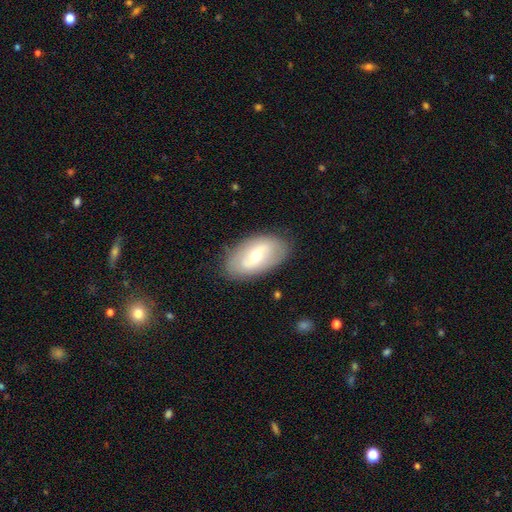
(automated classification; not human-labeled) A featured or disk galaxy (57%) with a weak bar (45%), spiral arms (51%) and a moderate central bulge (63%). Merging: none (84%).